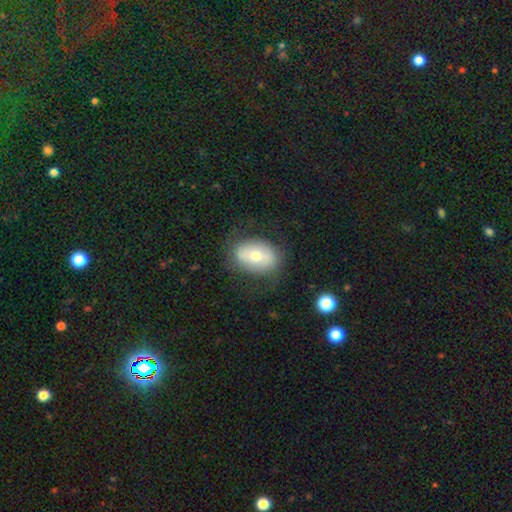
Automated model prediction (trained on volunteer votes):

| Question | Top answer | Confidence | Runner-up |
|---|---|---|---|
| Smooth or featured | smooth | 57% | featured or disk (35%) |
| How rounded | in between | 79% | round (20%) |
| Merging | none | 73% | minor disturbance (17%) |